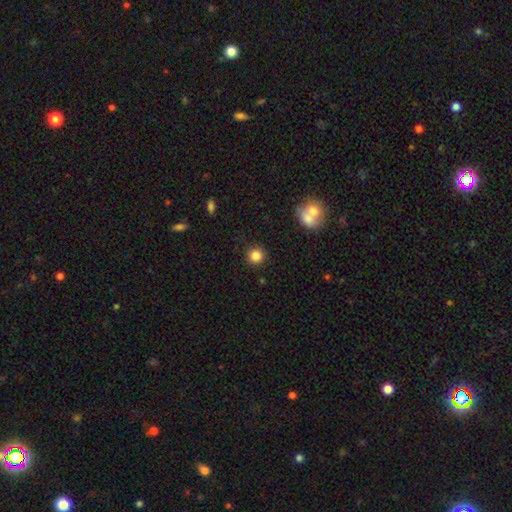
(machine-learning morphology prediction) smooth-or-featured: smooth: 84% | star or artifact: 11% | featured or disk: 5%
  how-rounded: round: 93% | in between: 6% | cigar-shaped: 1%
  merging: none: 90% | minor disturbance: 6% | merger: 2% | major disturbance: 2%